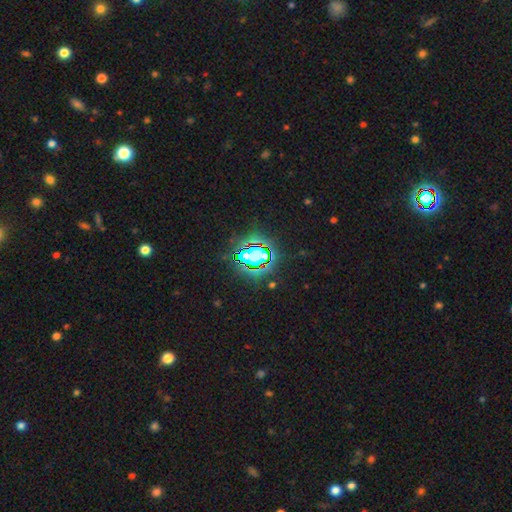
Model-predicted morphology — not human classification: A star or artifact, not a galaxy (69%).